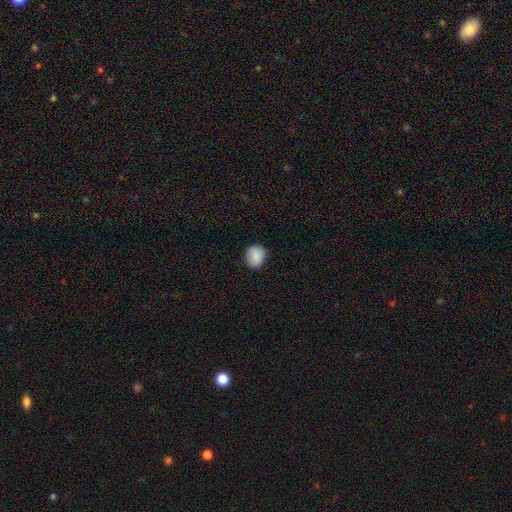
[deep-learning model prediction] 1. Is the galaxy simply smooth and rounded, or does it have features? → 88% smooth, 8% star or artifact, 5% featured or disk.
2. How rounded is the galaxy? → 70% round, 29% in between, 1% cigar-shaped.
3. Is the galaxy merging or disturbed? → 85% none, 12% minor disturbance, 2% major disturbance, 1% merger.